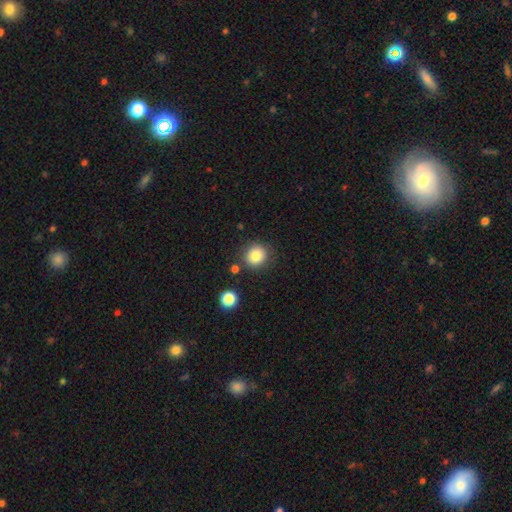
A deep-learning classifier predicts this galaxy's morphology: type=smooth (82%); roundness=round (87%); merging=none (82%).